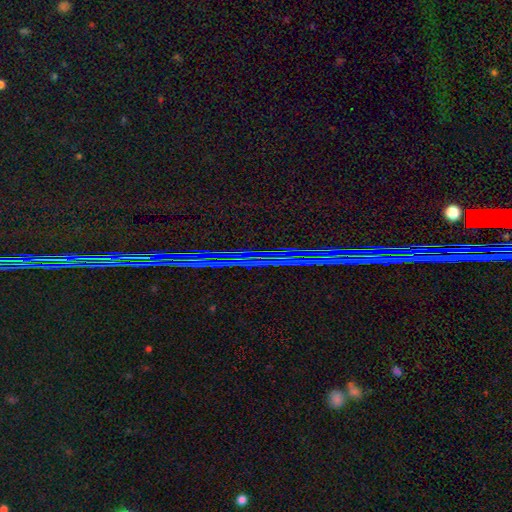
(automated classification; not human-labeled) Morphology: type=star or artifact (85%).